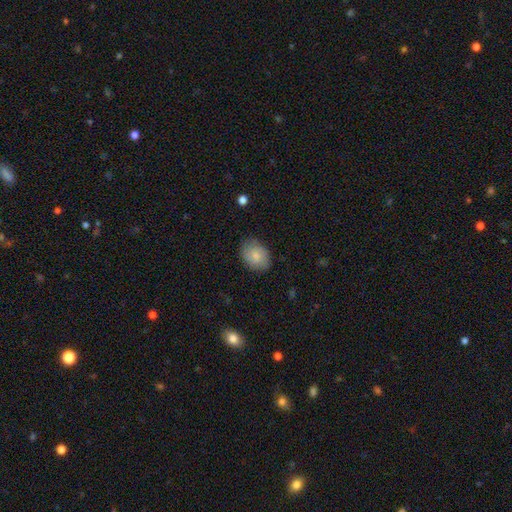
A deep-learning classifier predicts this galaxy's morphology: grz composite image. It shows a smooth galaxy with no disk features (79%) that is in between round and cigar-shaped (67%). Merging: none (79%).